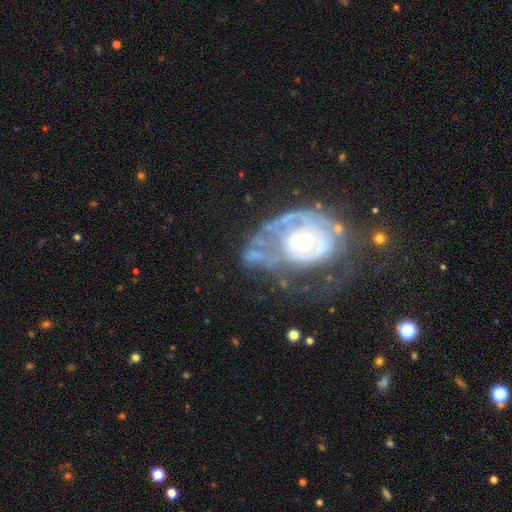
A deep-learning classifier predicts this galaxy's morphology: This appears to be a featured or disk galaxy (71%) with no bar (83%), no spiral arms (54%) and a moderate central bulge (64%). Merging: major disturbance (42%).